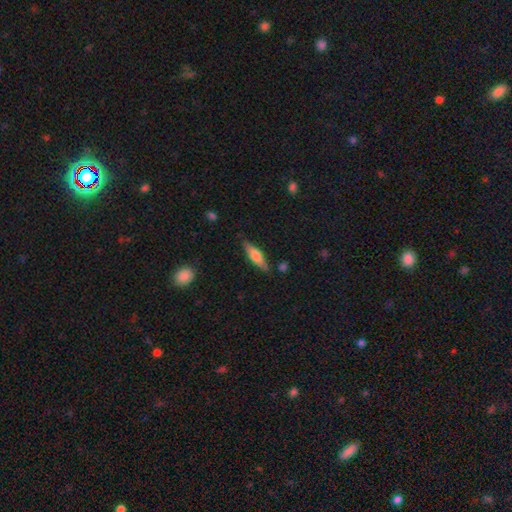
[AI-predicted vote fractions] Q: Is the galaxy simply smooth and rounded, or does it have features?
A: smooth — 54%.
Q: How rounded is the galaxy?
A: cigar-shaped — 66%.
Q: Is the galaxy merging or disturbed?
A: none — 82%.